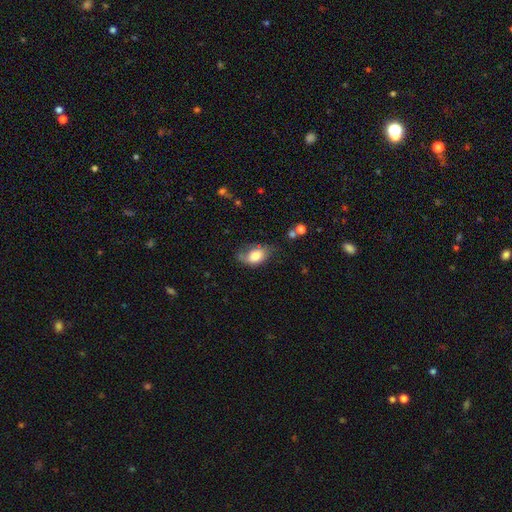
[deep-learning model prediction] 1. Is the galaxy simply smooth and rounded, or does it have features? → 74% smooth, 18% featured or disk, 8% star or artifact.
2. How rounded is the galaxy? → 87% in between, 11% round, 2% cigar-shaped.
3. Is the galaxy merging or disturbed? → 38% none, 37% minor disturbance, 20% major disturbance, 4% merger.